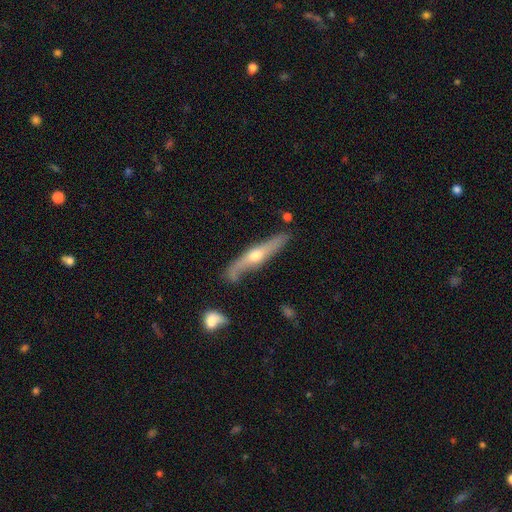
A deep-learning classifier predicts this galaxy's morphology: Smooth or featured: featured or disk — 64% (smooth — 31%)
Edge-on disk: yes — 85% (no — 15%)
Edge-on bulge: rounded — 92% (none — 6%)
Merging: none — 72% (minor disturbance — 19%)